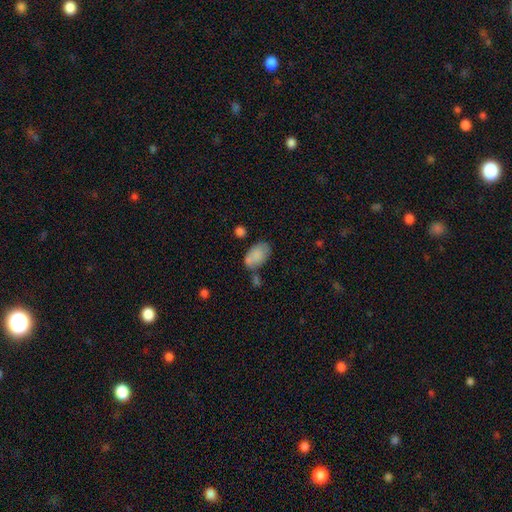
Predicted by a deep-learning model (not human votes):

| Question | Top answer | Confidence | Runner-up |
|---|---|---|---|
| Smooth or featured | smooth | 81% | featured or disk (11%) |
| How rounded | in between | 91% | round (7%) |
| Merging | none | 51% | minor disturbance (24%) |